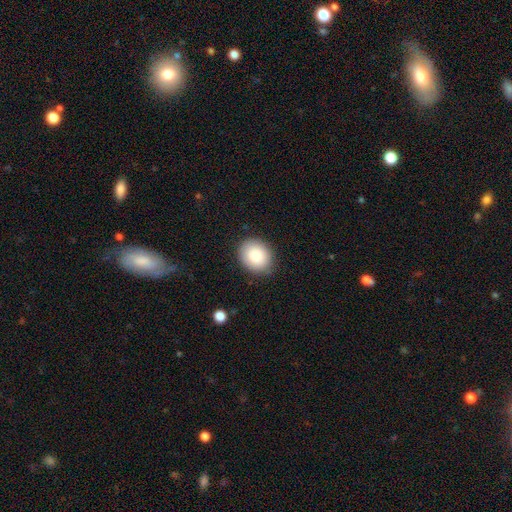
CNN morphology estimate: smooth_or_featured: smooth (p=0.86) [alt: star or artifact p=0.07]
how_rounded: round (p=0.58) [alt: in between p=0.41]
merging: none (p=0.86) [alt: minor disturbance p=0.10]